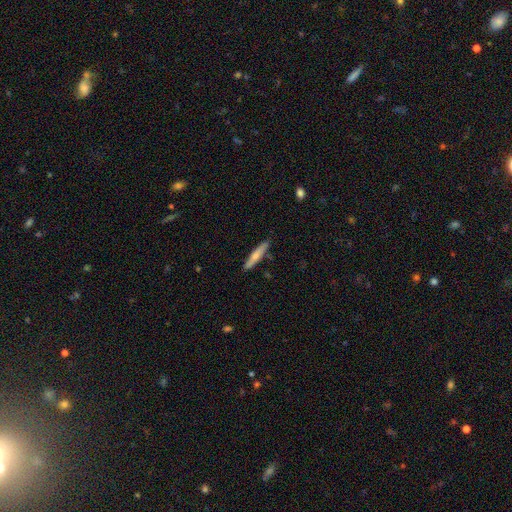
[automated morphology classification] A smooth galaxy with no disk features (59%) that is cigar-shaped (92%). Merging: none (87%).